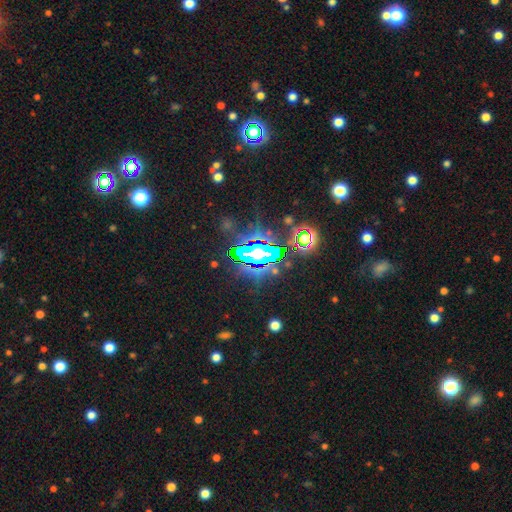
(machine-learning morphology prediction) Smooth or featured? star or artifact (77%)